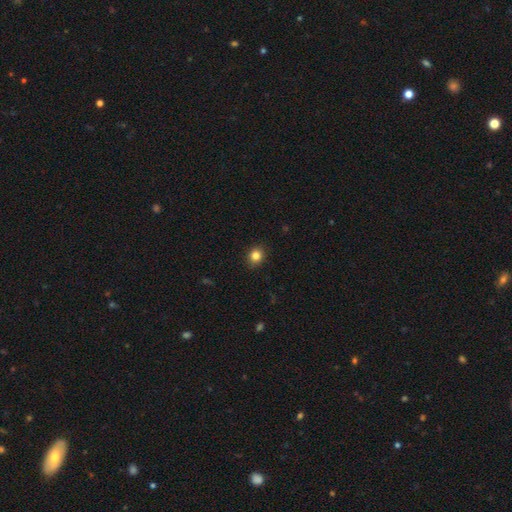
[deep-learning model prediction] Smooth or featured: smooth — 84% (star or artifact — 11%)
How rounded: round — 70% (in between — 29%)
Merging: none — 90% (minor disturbance — 7%)